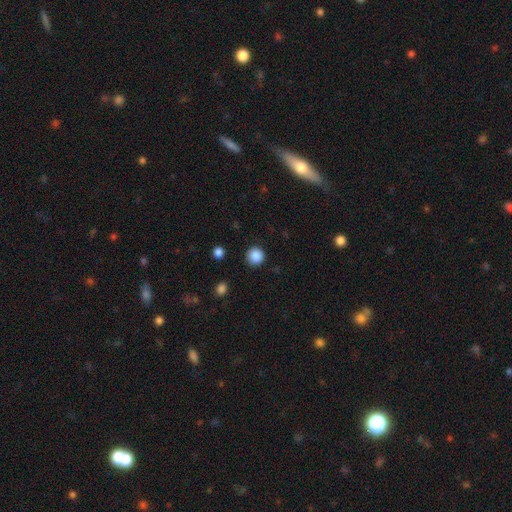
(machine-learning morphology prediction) The model was most divided on "smooth or featured": smooth: 87%, star or artifact: 10%, featured or disk: 3%. More confident: how rounded — round (94%); merging — none (90%).